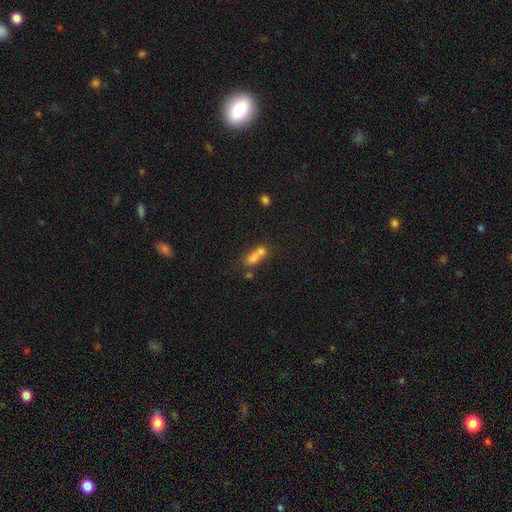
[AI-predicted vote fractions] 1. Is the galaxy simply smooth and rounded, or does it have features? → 70% smooth, 17% featured or disk, 13% star or artifact.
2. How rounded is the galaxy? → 62% in between, 28% round, 11% cigar-shaped.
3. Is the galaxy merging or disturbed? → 65% merger, 23% none, 8% minor disturbance, 5% major disturbance.